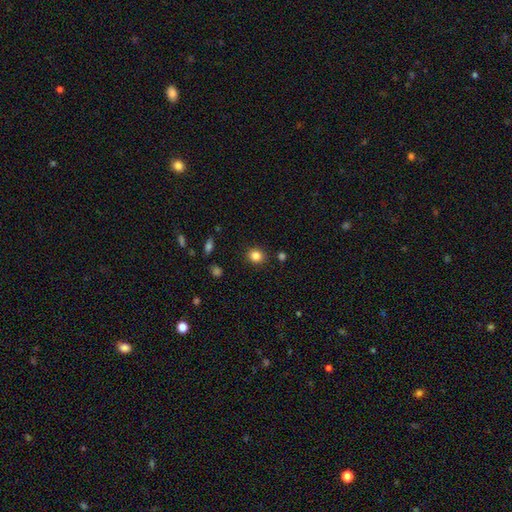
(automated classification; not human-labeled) smooth_or_featured: smooth (p=0.84) [alt: star or artifact p=0.11]
how_rounded: round (p=0.75) [alt: in between p=0.24]
merging: none (p=0.88) [alt: minor disturbance p=0.07]